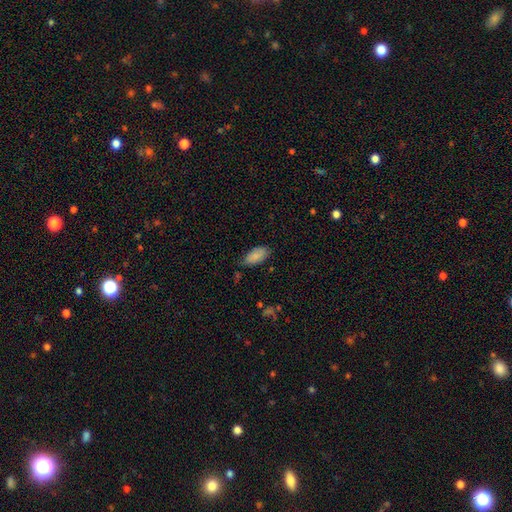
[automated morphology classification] smooth 85%, featured or disk 8%, star or artifact 7%. Down the decision tree: how rounded — in between (92%); merging — none (67%).